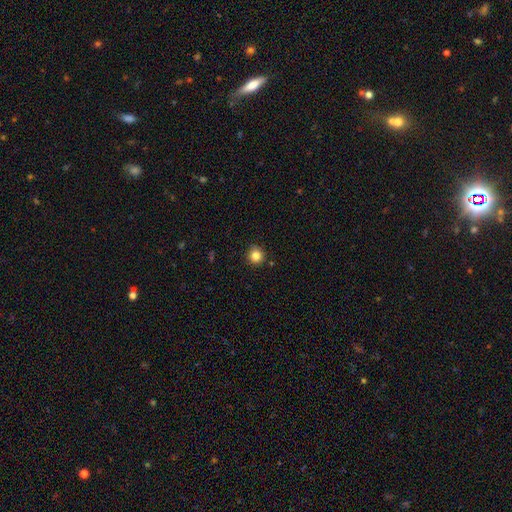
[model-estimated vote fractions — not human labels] smooth-or-featured: smooth: 84% | star or artifact: 11% | featured or disk: 5%
  how-rounded: round: 94% | in between: 5% | cigar-shaped: 1%
  merging: none: 89% | minor disturbance: 8% | major disturbance: 2% | merger: 2%